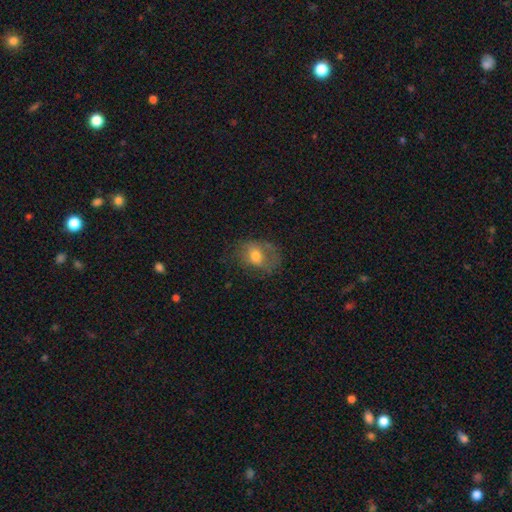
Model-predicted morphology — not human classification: The model was most divided on "merging": none: 50%, minor disturbance: 27%, major disturbance: 21%, merger: 2%. More confident: how rounded — in between (65%); smooth or featured — smooth (61%).